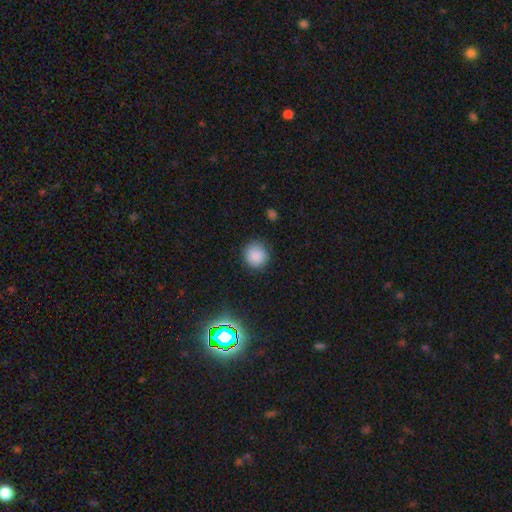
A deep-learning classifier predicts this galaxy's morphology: smooth-or-featured: smooth: 86% | star or artifact: 11% | featured or disk: 4%
  how-rounded: round: 91% | in between: 8% | cigar-shaped: 1%
  merging: none: 86% | minor disturbance: 10% | major disturbance: 3% | merger: 1%